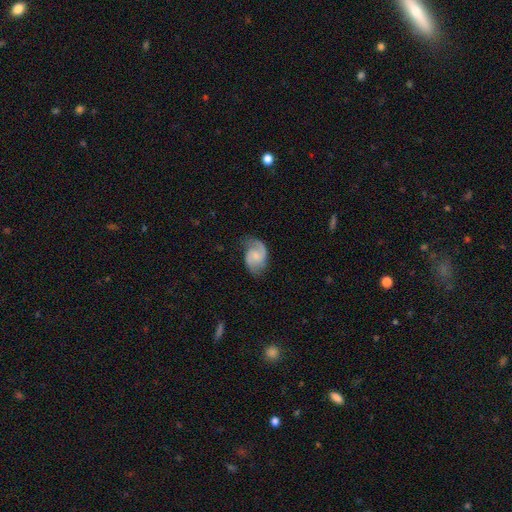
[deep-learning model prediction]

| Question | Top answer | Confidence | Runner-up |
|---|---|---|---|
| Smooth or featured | featured or disk | 78% | smooth (16%) |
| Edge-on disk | no | 98% | yes (2%) |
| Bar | no | 51% | weak (42%) |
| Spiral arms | yes | 96% | no (4%) |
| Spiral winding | medium | 50% | loose (32%) |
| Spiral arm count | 2 | 89% | can't tell (4%) |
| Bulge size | small | 44% | none (27%) |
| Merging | none | 72% | minor disturbance (19%) |